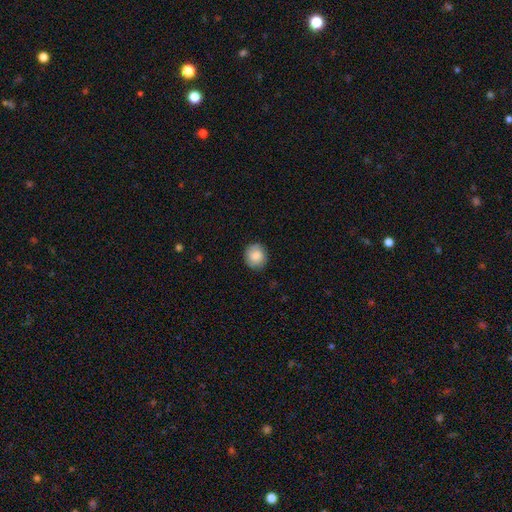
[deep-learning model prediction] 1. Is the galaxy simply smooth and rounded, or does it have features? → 81% smooth, 11% featured or disk, 7% star or artifact.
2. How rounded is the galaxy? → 87% round, 13% in between, 1% cigar-shaped.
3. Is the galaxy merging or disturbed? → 85% none, 11% minor disturbance, 3% major disturbance, 1% merger.